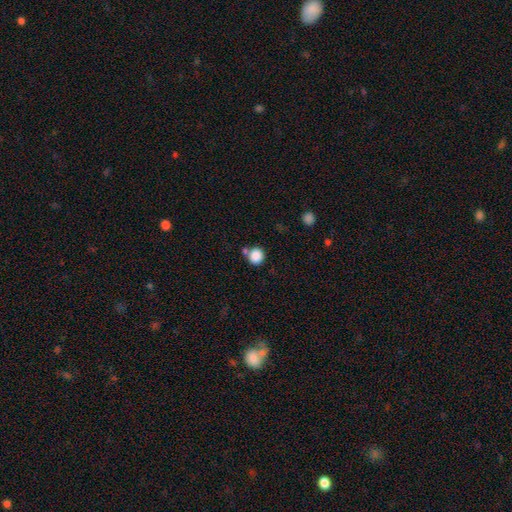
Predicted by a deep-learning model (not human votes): Smooth or featured? smooth (86%)
How rounded? round (87%)
Merging? none (68%)